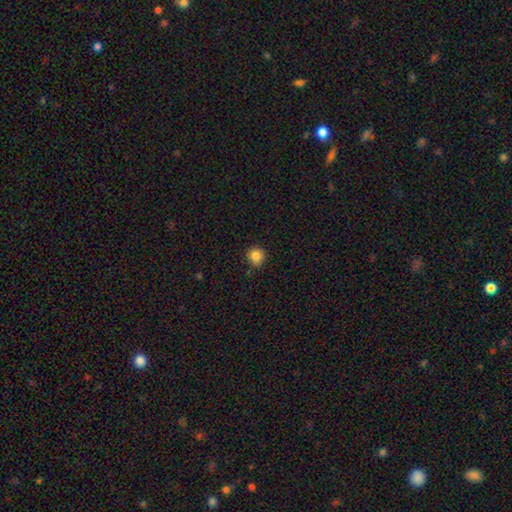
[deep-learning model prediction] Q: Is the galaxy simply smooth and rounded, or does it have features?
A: smooth — 85%.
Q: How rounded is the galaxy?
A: round — 91%.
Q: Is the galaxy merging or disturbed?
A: none — 85%.